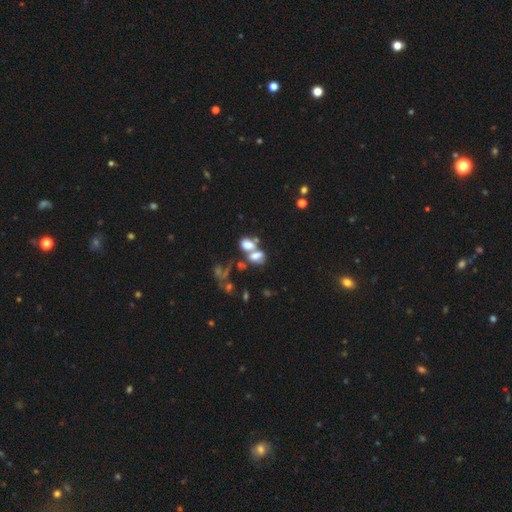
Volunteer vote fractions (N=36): Smooth or featured? smooth (83%)
How rounded? in between (83%)
Merging? merger (71%)